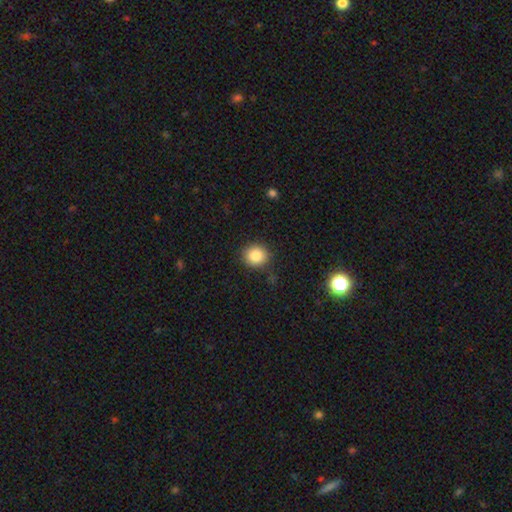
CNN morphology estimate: Smooth or featured: smooth — 84% (star or artifact — 10%)
How rounded: round — 87% (in between — 12%)
Merging: none — 87% (minor disturbance — 9%)